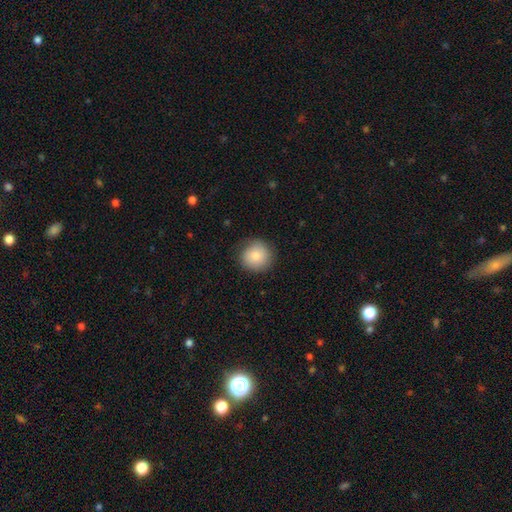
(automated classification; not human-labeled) smooth 83%, featured or disk 9%, star or artifact 8%. Down the decision tree: how rounded — round (92%); merging — none (82%).